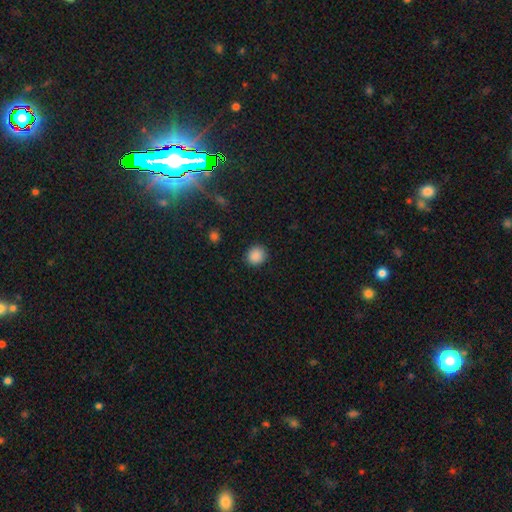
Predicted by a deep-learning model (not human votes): Smooth or featured: smooth — 88% (star or artifact — 9%)
How rounded: round — 87% (in between — 12%)
Merging: none — 90% (minor disturbance — 7%)